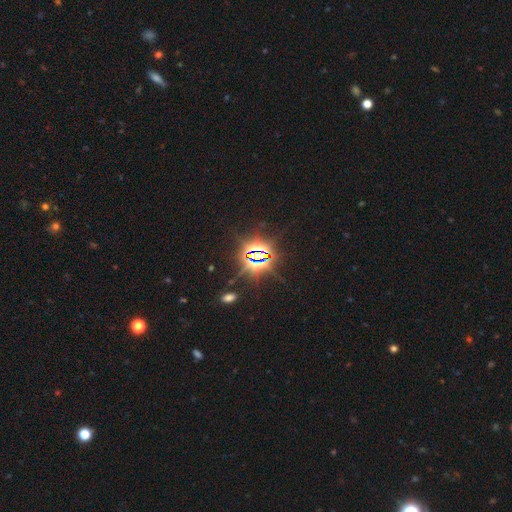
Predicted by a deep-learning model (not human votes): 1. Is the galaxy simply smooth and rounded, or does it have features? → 84% star or artifact, 8% smooth, 8% featured or disk.